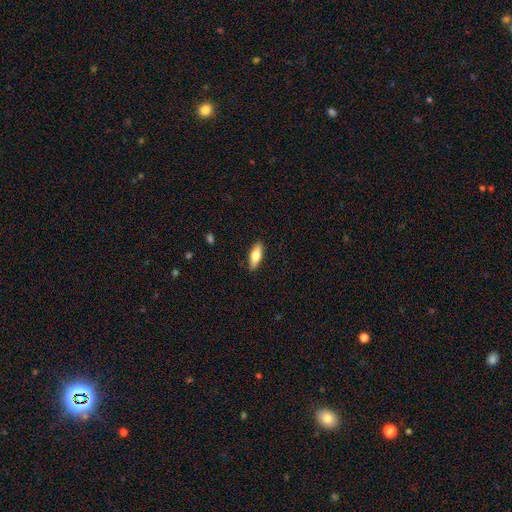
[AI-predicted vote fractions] Smooth or featured? smooth (70%)
How rounded? in between (66%)
Merging? none (88%)